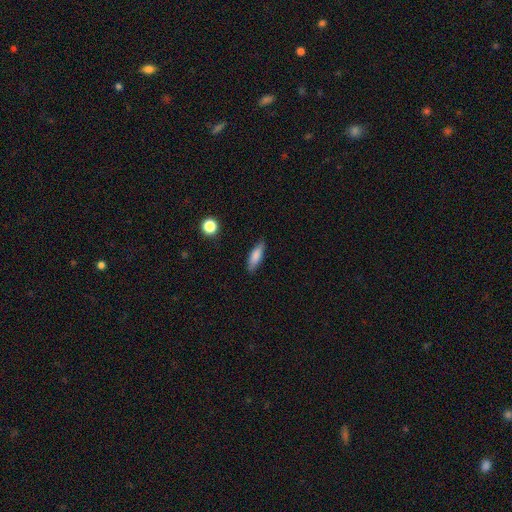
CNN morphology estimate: Overall: smooth (81%). How rounded: in between (52%; cigar-shaped 46%). Merging: none (83%).